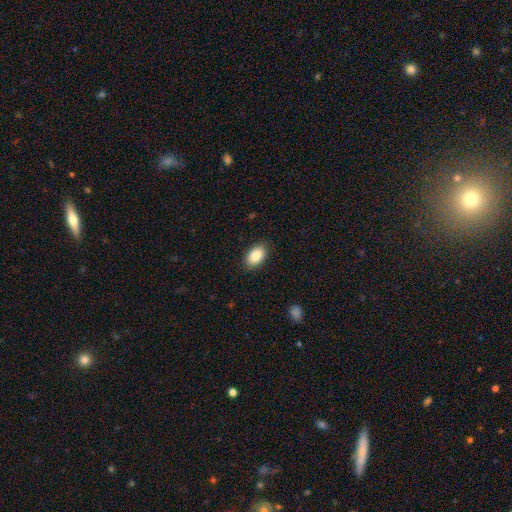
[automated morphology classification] A smooth galaxy with no disk features (87%) that is in between round and cigar-shaped (92%).

Vote fractions:
- Smooth or featured? smooth: 87% / star or artifact: 7% / featured or disk: 6%
- How rounded? in between: 92% / round: 7% / cigar-shaped: 1%
- Merging? none: 87% / minor disturbance: 9% / major disturbance: 2% / merger: 1%